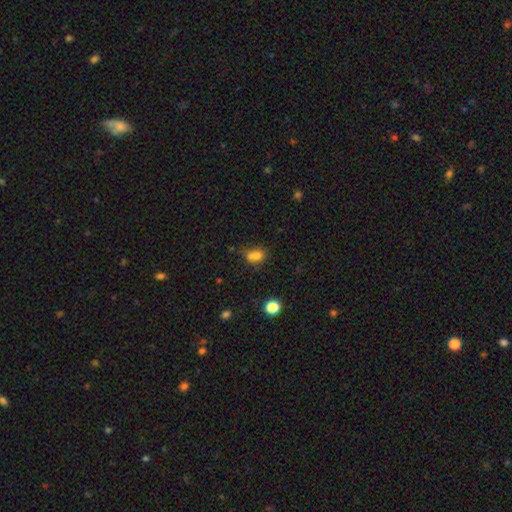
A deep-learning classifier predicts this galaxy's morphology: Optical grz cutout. It shows a smooth galaxy with no disk features (72%) that is round (54%). Merging: merger (40%).